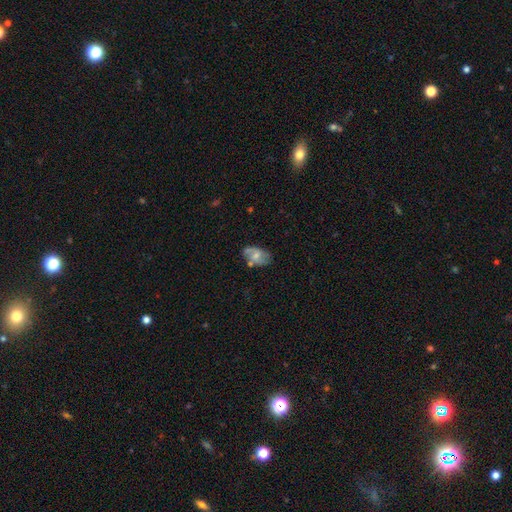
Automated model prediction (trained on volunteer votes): smooth_or_featured: featured or disk (p=0.50) [alt: smooth p=0.42]
disk_edge_on: no (p=0.95) [alt: yes p=0.05]
merging: none (p=0.54) [alt: minor disturbance p=0.26]